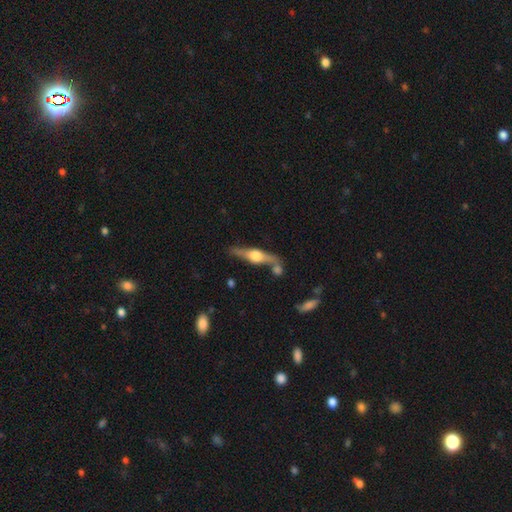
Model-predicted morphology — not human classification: smooth_or_featured: featured or disk (p=0.74) [alt: smooth p=0.21]
disk_edge_on: yes (p=0.94) [alt: no p=0.06]
edge_on_bulge: rounded (p=0.94) [alt: boxy p=0.04]
merging: none (p=0.67) [alt: merger p=0.15]